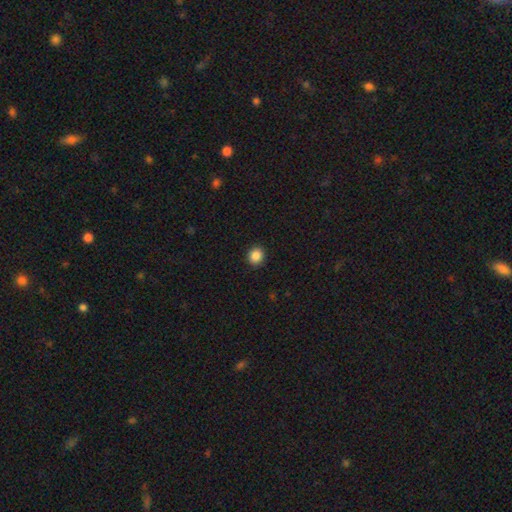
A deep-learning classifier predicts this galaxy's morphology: Q: Smooth or featured?
A: smooth (87%); runner-up: star or artifact (10%)
Q: How rounded?
A: round (82%); runner-up: in between (17%)
Q: Merging?
A: none (92%); runner-up: minor disturbance (6%)